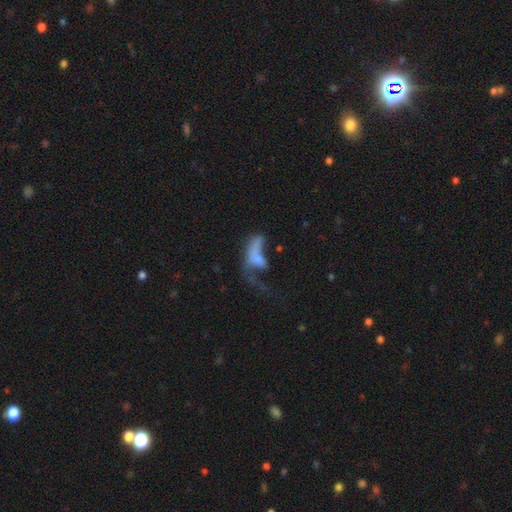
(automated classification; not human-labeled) Overall: smooth (55%; featured or disk 31%). How rounded: in between (71%). Merging: major disturbance (48%; merger 26%).